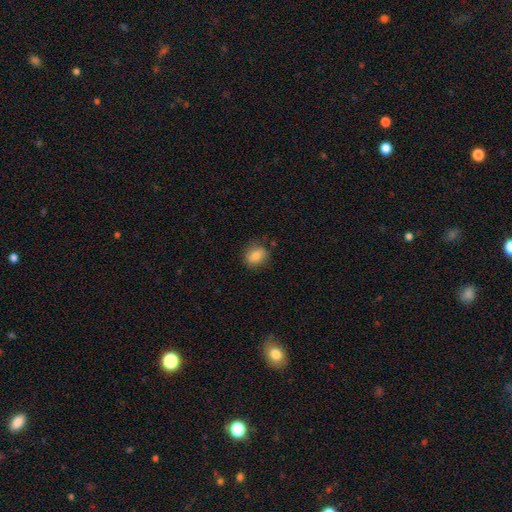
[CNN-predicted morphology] A smooth galaxy with no disk features (81%) that is round (58%). Merging: none (80%).